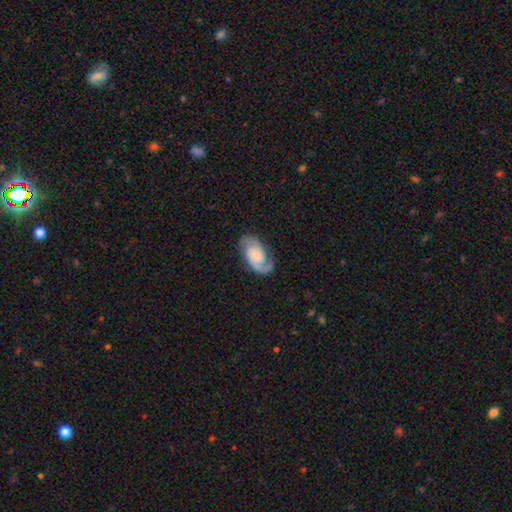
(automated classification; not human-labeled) This is clearly a featured or disk galaxy (85%). It is clearly not viewed edge-on (97%). Bar: likely no (65%). Spiral arm pattern: clearly yes (97%). Spiral arm count: clearly 2 (88%). Spiral winding: possibly medium (50%). Central bulge: marginally none (33%). Merging: likely none (76%).